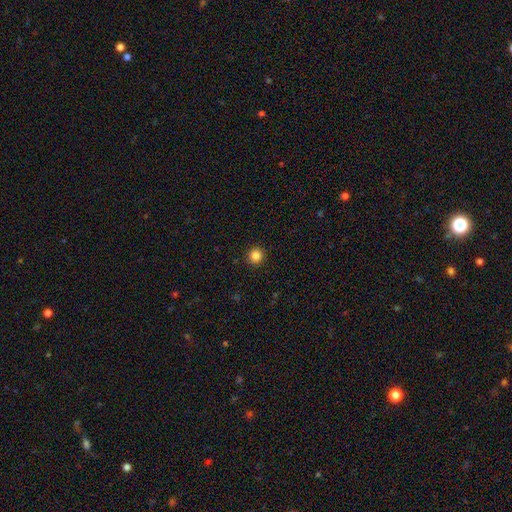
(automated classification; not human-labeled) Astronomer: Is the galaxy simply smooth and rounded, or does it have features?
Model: smooth — 85%.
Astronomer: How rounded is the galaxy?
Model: round — 93%.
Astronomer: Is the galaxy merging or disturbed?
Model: none — 93%.